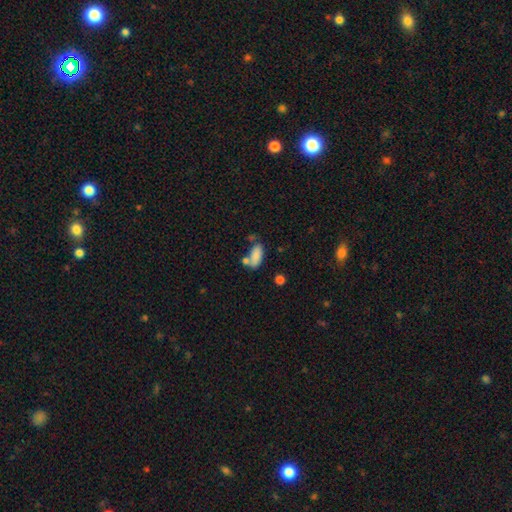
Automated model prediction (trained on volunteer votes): The model was most divided on "merging": none: 48%, merger: 25%, minor disturbance: 19%, major disturbance: 8%. More confident: how rounded — in between (87%); smooth or featured — smooth (83%).